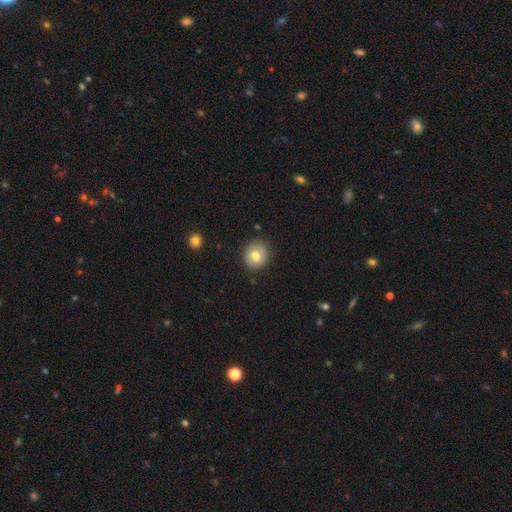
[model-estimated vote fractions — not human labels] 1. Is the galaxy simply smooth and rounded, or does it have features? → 76% smooth, 15% featured or disk, 9% star or artifact.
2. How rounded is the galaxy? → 85% round, 14% in between, 1% cigar-shaped.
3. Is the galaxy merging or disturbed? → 87% none, 9% minor disturbance, 2% major disturbance, 1% merger.